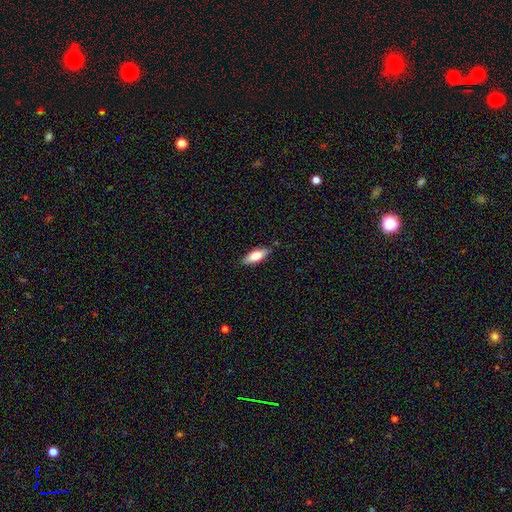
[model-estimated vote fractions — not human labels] Smooth or featured? smooth (67%)
How rounded? in between (67%)
Merging? none (83%)